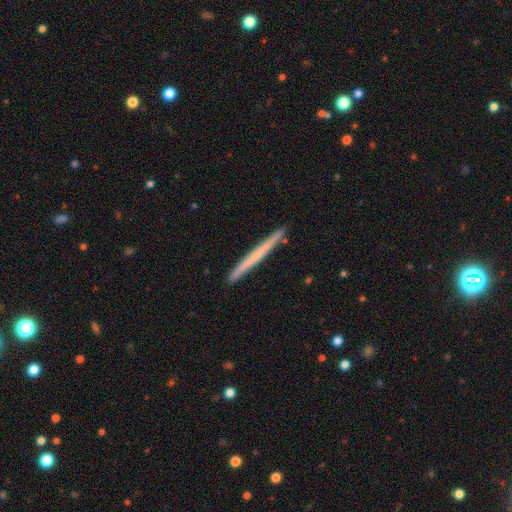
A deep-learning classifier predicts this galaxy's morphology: Smooth or featured? smooth (50%)
Merging? none (92%)